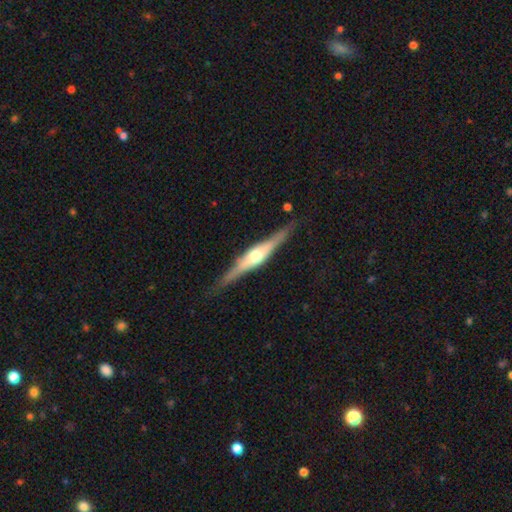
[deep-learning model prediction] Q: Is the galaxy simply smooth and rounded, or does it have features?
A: featured or disk — 76%.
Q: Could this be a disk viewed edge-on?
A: yes — 97%.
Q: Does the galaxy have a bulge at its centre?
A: rounded — 88%.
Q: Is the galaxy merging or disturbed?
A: none — 85%.